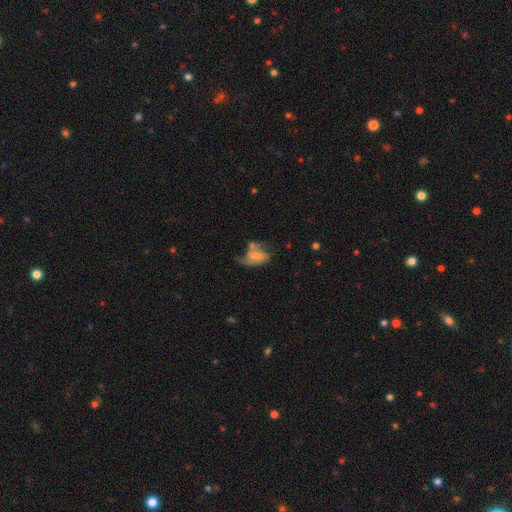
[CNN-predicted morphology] A featured or disk galaxy (61%) with no bar (48%), spiral arms (80%) and a small central bulge (44%).

Vote fractions:
- Smooth or featured? featured or disk: 61% / smooth: 30% / star or artifact: 9%
- Edge-on disk? no: 96% / yes: 4%
- Bar? no: 48% / weak: 39% / strong: 13%
- Spiral arms? yes: 80% / no: 20%
- Bulge size? small: 44% / moderate: 29% / none: 20% / large: 5% / dominant: 2%
- Merging? major disturbance: 31% / none: 28% / minor disturbance: 21% / merger: 20%